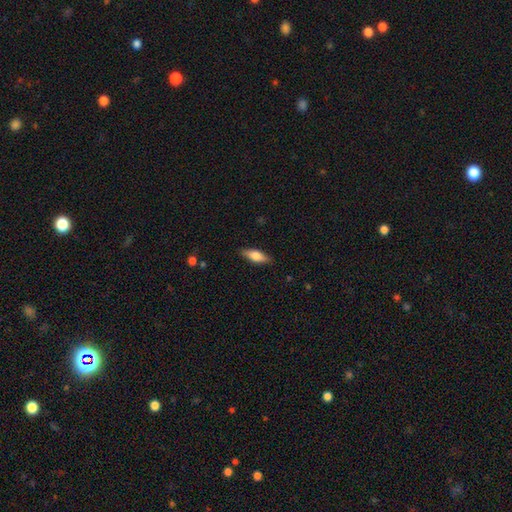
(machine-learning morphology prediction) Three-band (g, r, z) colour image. It shows a smooth galaxy with no disk features (64%) that is in between round and cigar-shaped (60%). Merging: none (85%).